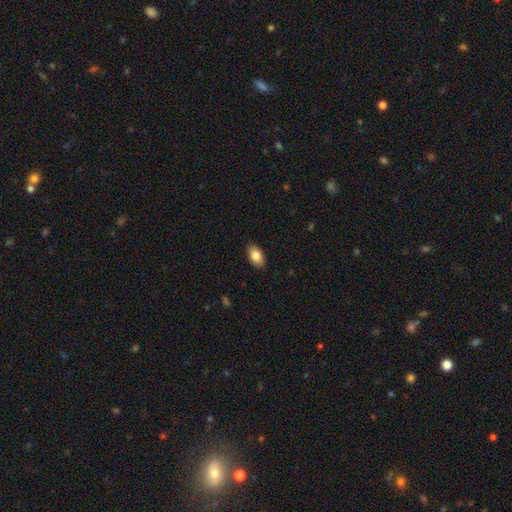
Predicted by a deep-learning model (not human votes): The model was most divided on "smooth or featured": smooth: 84%, featured or disk: 9%, star or artifact: 7%. More confident: how rounded — in between (92%); merging — none (89%).